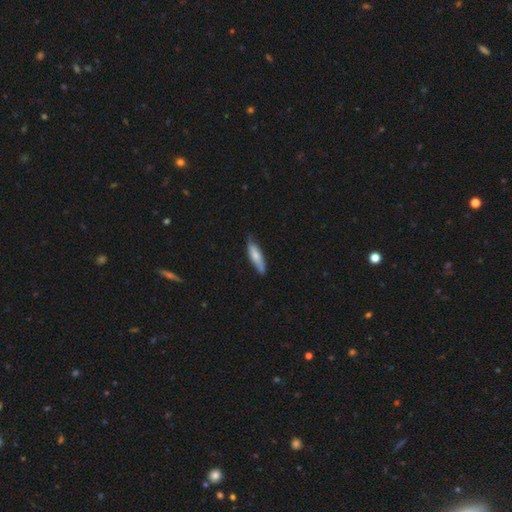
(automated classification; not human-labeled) Morphology: type=smooth (68%); roundness=cigar-shaped (67%); merging=none (70%).